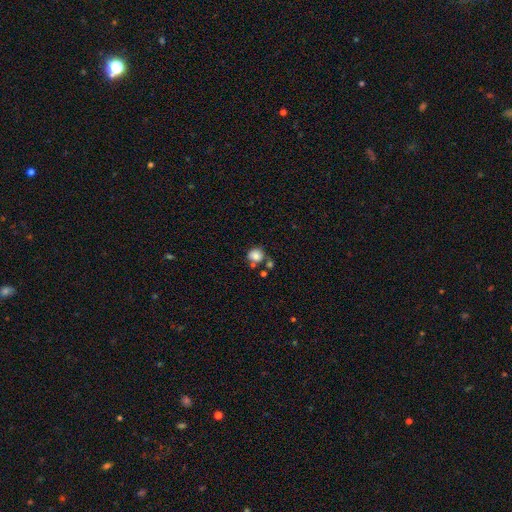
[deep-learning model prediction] smooth_or_featured: smooth (p=0.83) [alt: star or artifact p=0.10]
how_rounded: round (p=0.87) [alt: in between p=0.12]
merging: none (p=0.63) [alt: merger p=0.17]